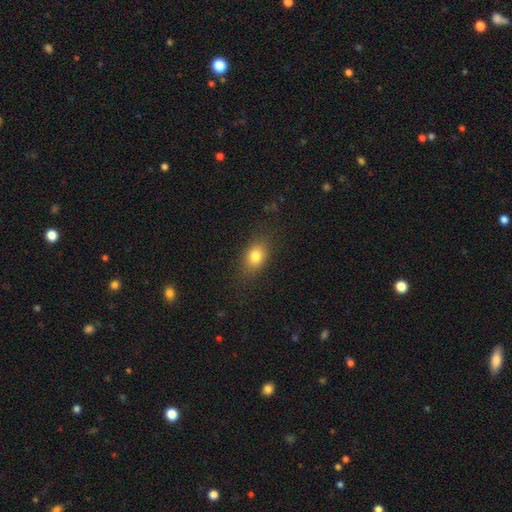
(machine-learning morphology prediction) A smooth galaxy with no disk features (80%) that is in between round and cigar-shaped (72%). Merging: none (81%).